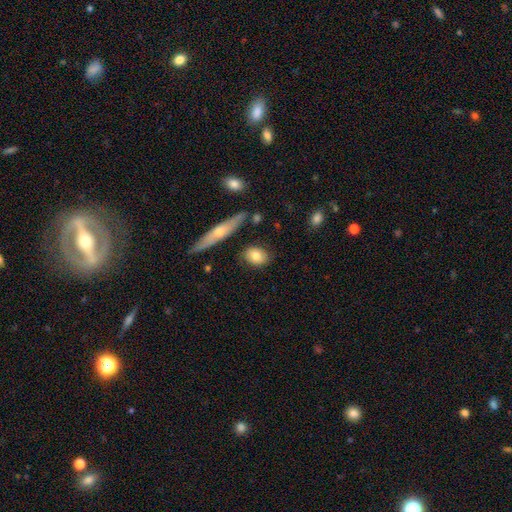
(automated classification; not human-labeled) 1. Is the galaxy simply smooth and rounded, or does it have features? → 77% smooth, 16% featured or disk, 7% star or artifact.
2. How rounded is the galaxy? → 60% in between, 35% round, 5% cigar-shaped.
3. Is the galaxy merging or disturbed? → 80% none, 13% minor disturbance, 4% merger, 3% major disturbance.